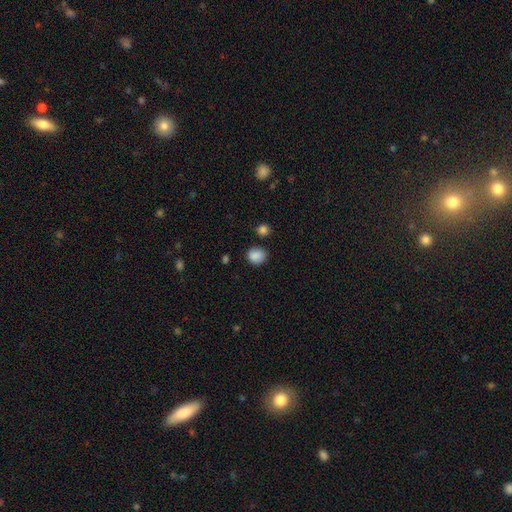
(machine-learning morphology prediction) Smooth or featured? Predicted: smooth (p=0.87). How rounded? Predicted: round (p=0.71). Merging? Predicted: none (p=0.80).